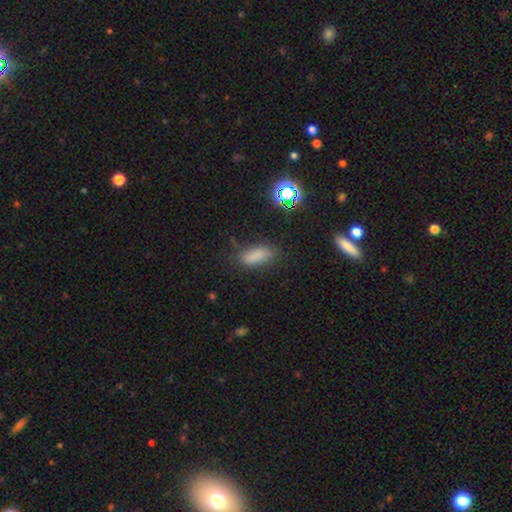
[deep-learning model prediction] Q: Smooth or featured?
A: smooth (77%); runner-up: star or artifact (16%)
Q: How rounded?
A: in between (79%); runner-up: cigar-shaped (16%)
Q: Merging?
A: none (70%); runner-up: minor disturbance (20%)